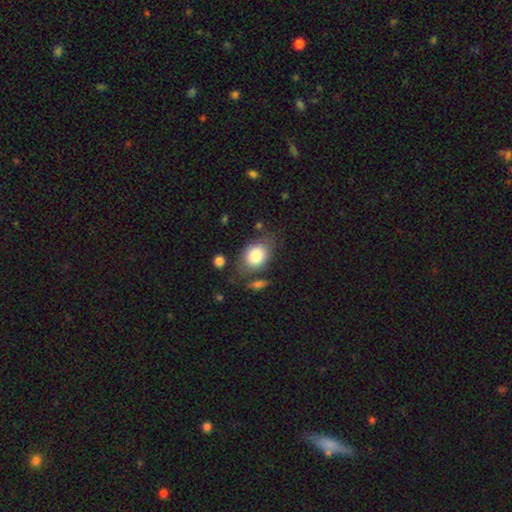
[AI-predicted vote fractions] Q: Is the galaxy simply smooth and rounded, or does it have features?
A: smooth — 81%.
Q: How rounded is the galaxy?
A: in between — 73%.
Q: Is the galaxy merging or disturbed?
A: none — 65%.